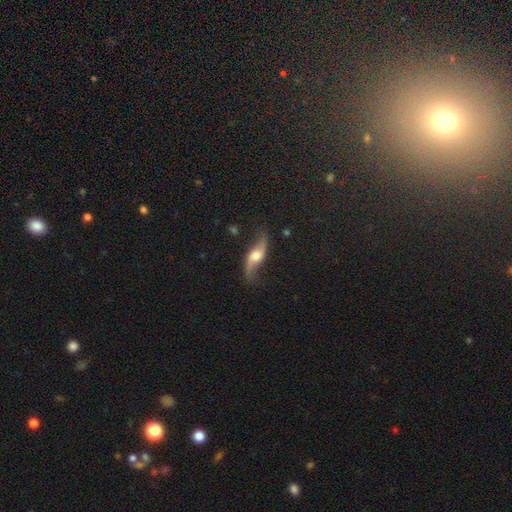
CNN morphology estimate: Smooth or featured? featured or disk (78%)
Edge-on disk? no (78%)
Bar? no (60%)
Spiral arms? yes (93%)
Spiral winding? loose (90%)
Spiral arm count? 2 (93%)
Bulge size? moderate (50%)
Merging? none (73%)